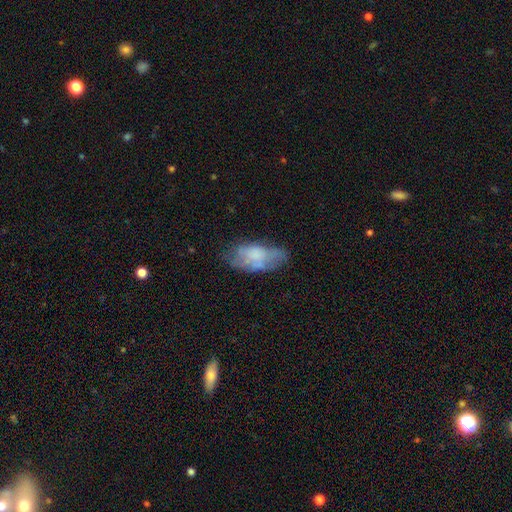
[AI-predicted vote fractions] Q: Smooth or featured?
A: smooth (56%); runner-up: featured or disk (35%)
Q: How rounded?
A: in between (91%); runner-up: cigar-shaped (6%)
Q: Merging?
A: none (47%); runner-up: minor disturbance (32%)